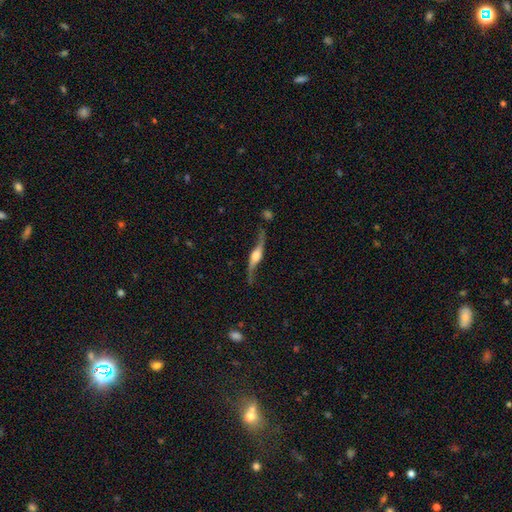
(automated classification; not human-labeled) smooth_or_featured: featured or disk (p=0.85) [alt: smooth p=0.10]
disk_edge_on: yes (p=0.64) [alt: no p=0.36]
edge_on_bulge: rounded (p=0.87) [alt: boxy p=0.10]
merging: none (p=0.68) [alt: minor disturbance p=0.18]